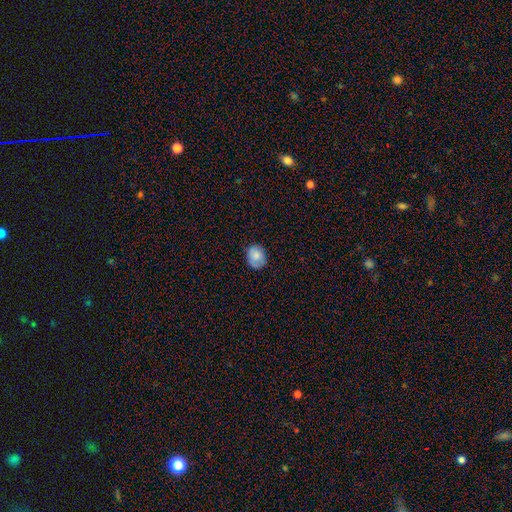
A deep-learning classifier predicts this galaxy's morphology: A smooth galaxy with no disk features (77%) that is round (58%).

Vote fractions:
- Smooth or featured? smooth: 77% / featured or disk: 15% / star or artifact: 8%
- How rounded? round: 58% / in between: 41% / cigar-shaped: 1%
- Merging? none: 78% / minor disturbance: 17% / major disturbance: 3% / merger: 1%